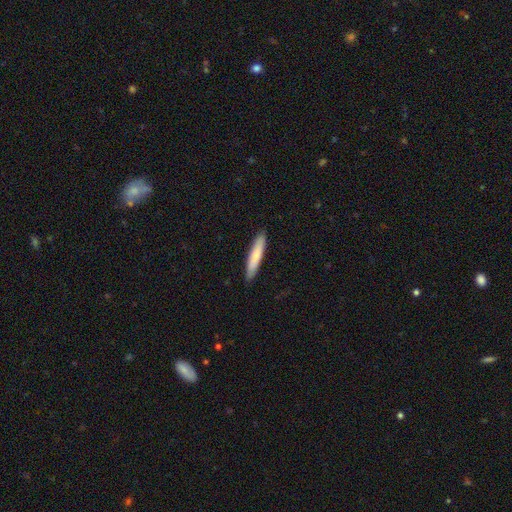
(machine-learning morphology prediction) The model was most divided on "smooth or featured": smooth: 78%, featured or disk: 17%, star or artifact: 5%. More confident: how rounded — cigar-shaped (90%); merging — none (89%).